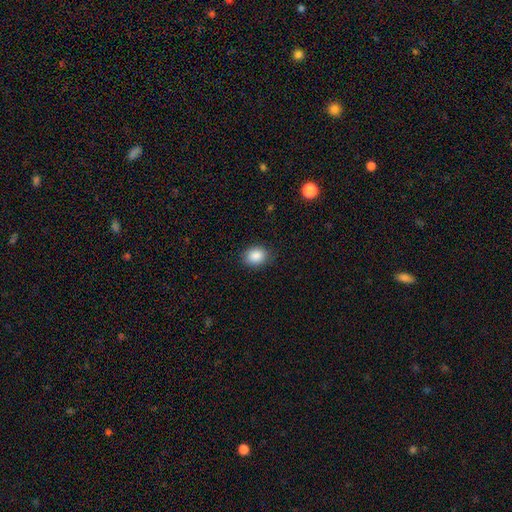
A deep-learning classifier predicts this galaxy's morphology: type=smooth (88%); roundness=in between (52%); merging=none (86%).